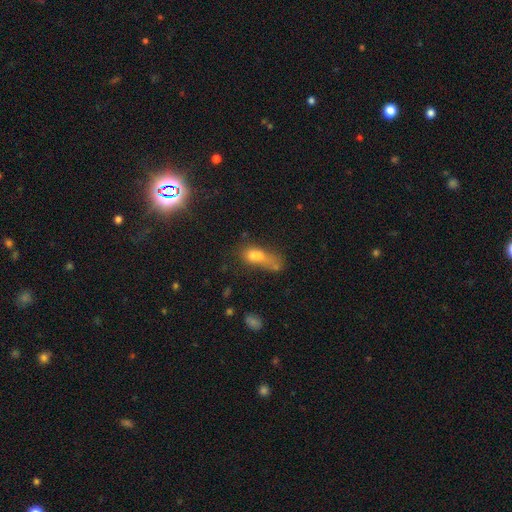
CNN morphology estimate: Smooth or featured? smooth (57%)
How rounded? in between (55%)
Merging? merger (50%)